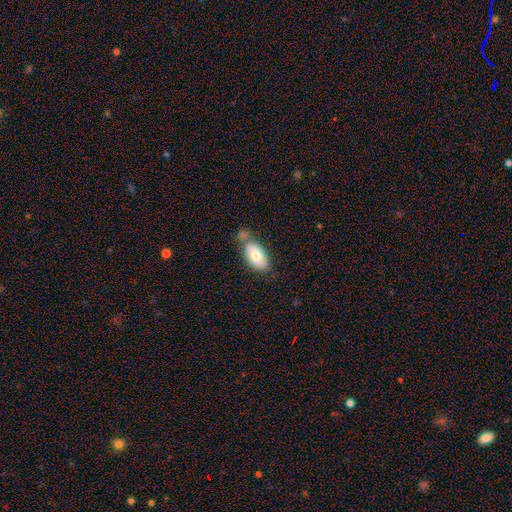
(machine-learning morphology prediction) smooth 72%, featured or disk 21%, star or artifact 7%. Down the decision tree: how rounded — in between (93%); merging — none (51%).